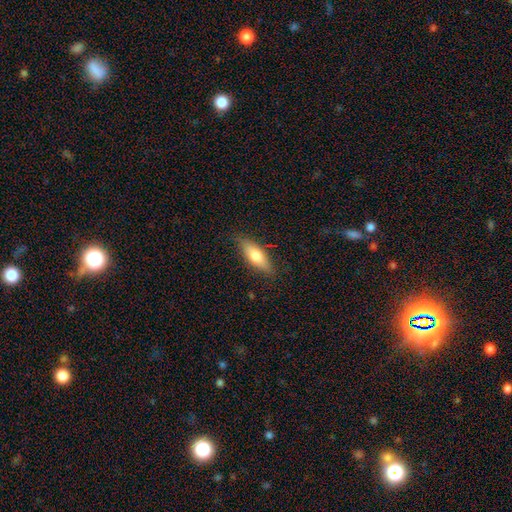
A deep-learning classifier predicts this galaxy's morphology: A smooth galaxy with no disk features (70%) that is in between round and cigar-shaped (61%). Merging: none (82%).